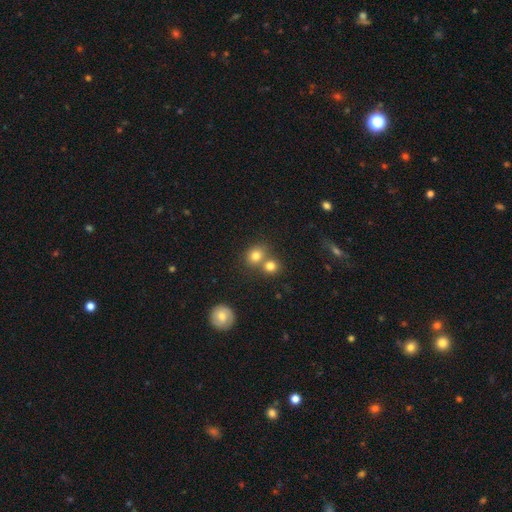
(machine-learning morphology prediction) A smooth galaxy with no disk features (79%) that is round (68%).

Vote fractions:
- Smooth or featured? smooth: 79% / star or artifact: 12% / featured or disk: 9%
- How rounded? round: 68% / in between: 31% / cigar-shaped: 1%
- Merging? none: 50% / merger: 38% / minor disturbance: 9% / major disturbance: 3%